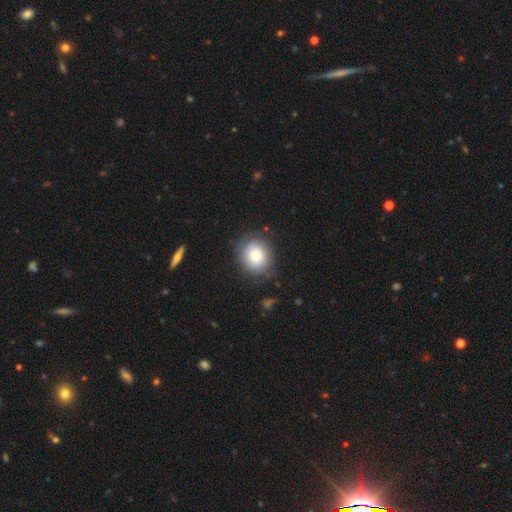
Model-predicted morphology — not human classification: smooth_or_featured: smooth (p=0.75) [alt: featured or disk p=0.15]
how_rounded: round (p=0.83) [alt: in between p=0.16]
merging: none (p=0.81) [alt: minor disturbance p=0.13]